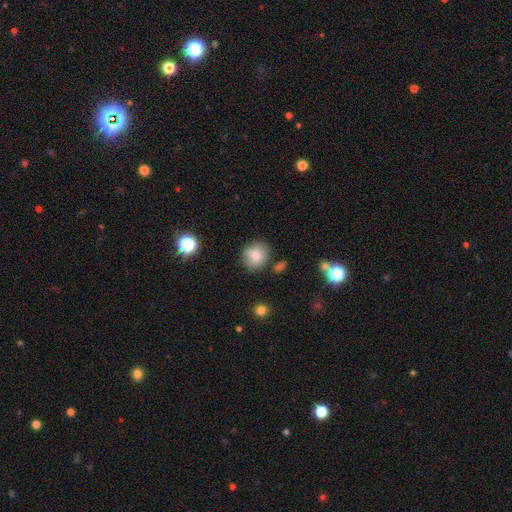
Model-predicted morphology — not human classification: smooth-or-featured: smooth: 79% | star or artifact: 11% | featured or disk: 10%
  how-rounded: round: 85% | in between: 14% | cigar-shaped: 1%
  merging: none: 81% | minor disturbance: 11% | merger: 5% | major disturbance: 3%